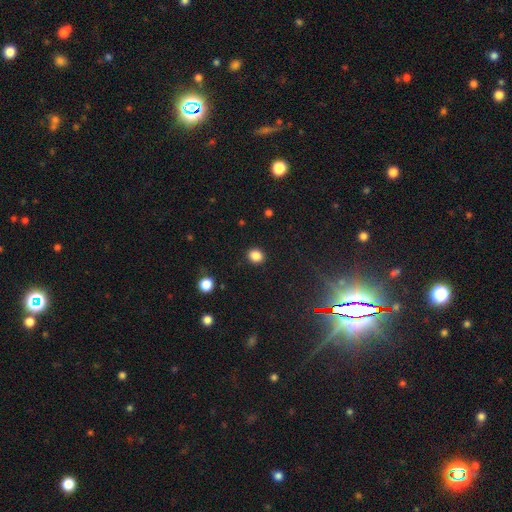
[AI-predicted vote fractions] smooth_or_featured: smooth (p=0.86) [alt: star or artifact p=0.11]
how_rounded: round (p=0.73) [alt: in between p=0.26]
merging: none (p=0.91) [alt: minor disturbance p=0.06]